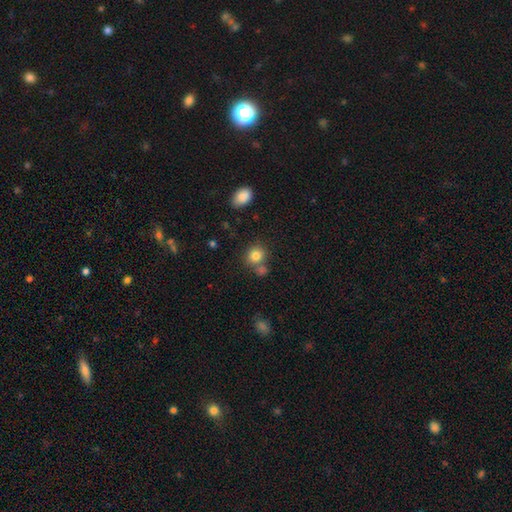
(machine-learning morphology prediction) A smooth galaxy with no disk features (82%) that is round (77%). Merging: none (66%).